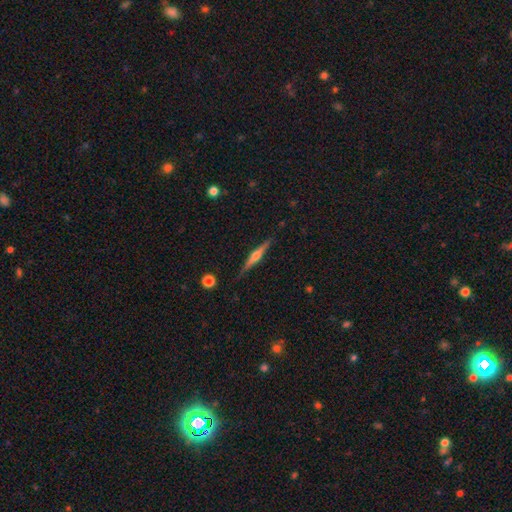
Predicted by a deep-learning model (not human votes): Smooth or featured? featured or disk (73%)
Edge-on disk? yes (98%)
Edge-on bulge? rounded (90%)
Merging? none (87%)